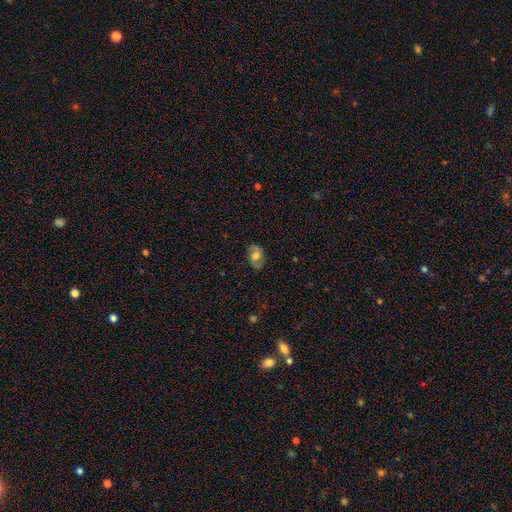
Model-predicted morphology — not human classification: The model was most divided on "smooth or featured": smooth: 47%, featured or disk: 44%, star or artifact: 9%. More confident: merging — none (80%).